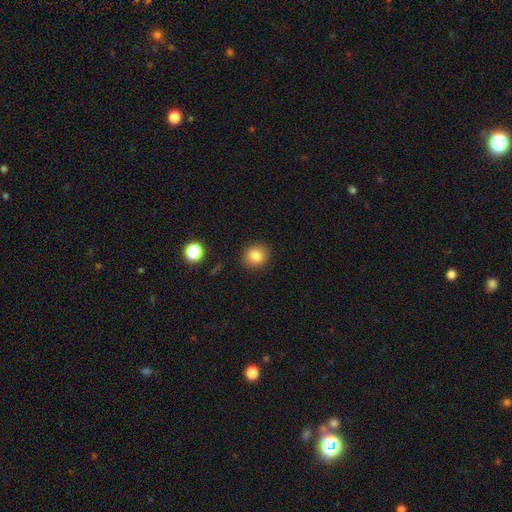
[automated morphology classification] Q: Smooth or featured?
A: smooth (82%); runner-up: star or artifact (11%)
Q: How rounded?
A: round (83%); runner-up: in between (16%)
Q: Merging?
A: none (89%); runner-up: minor disturbance (7%)